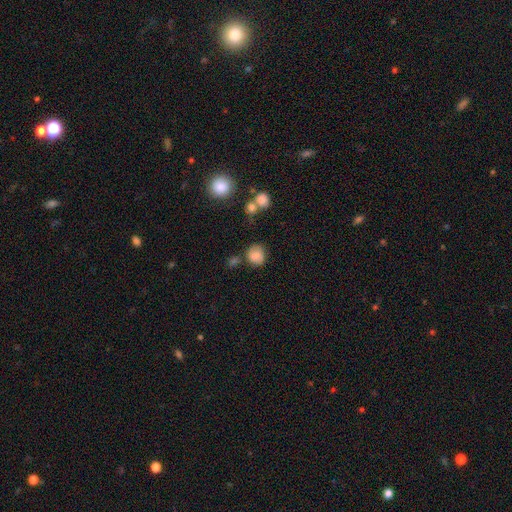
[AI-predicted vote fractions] Smooth or featured?
  - smooth: 76% *
  - featured or disk: 14%
  - star or artifact: 10%
How rounded?
  - round: 75% *
  - in between: 24%
  - cigar-shaped: 1%
Merging?
  - none: 64% *
  - minor disturbance: 21%
  - merger: 9%
  - major disturbance: 7%